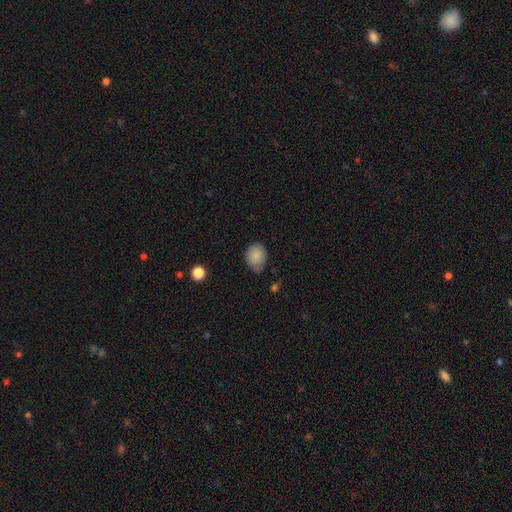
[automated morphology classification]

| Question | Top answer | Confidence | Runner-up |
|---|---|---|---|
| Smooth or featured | smooth | 85% | star or artifact (9%) |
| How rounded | in between | 52% | round (47%) |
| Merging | none | 59% | minor disturbance (33%) |